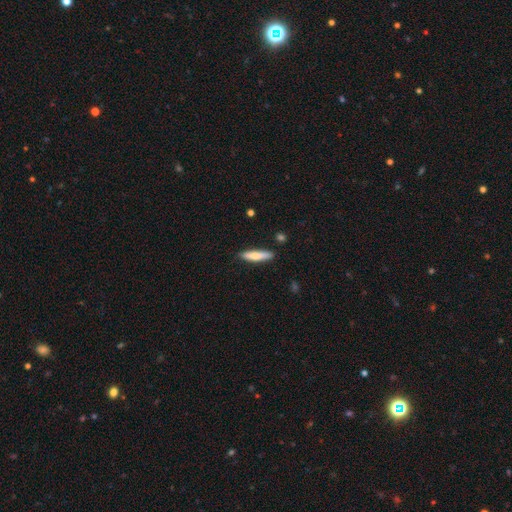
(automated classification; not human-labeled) Smooth or featured?
  - smooth: 70% *
  - featured or disk: 24%
  - star or artifact: 6%
How rounded?
  - cigar-shaped: 82% *
  - in between: 16%
  - round: 2%
Merging?
  - none: 86% *
  - minor disturbance: 11%
  - major disturbance: 2%
  - merger: 2%